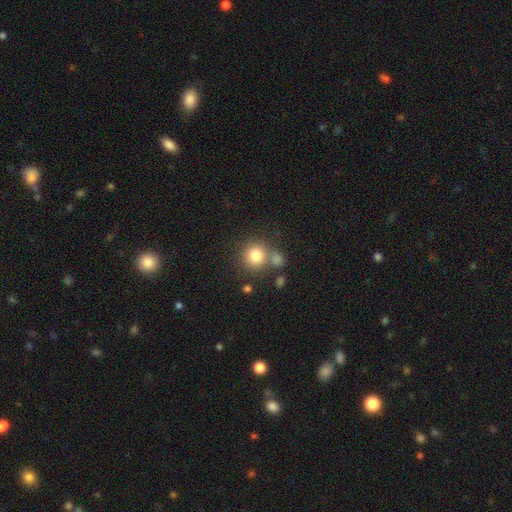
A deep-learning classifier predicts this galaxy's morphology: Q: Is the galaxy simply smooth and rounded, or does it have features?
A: smooth — 80%.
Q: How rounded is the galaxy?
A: round — 91%.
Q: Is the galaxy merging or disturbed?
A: none — 65%.